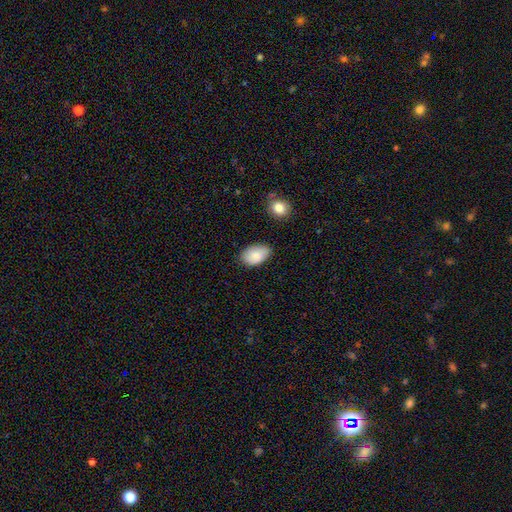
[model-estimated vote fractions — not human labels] Smooth or featured: smooth — 85% (featured or disk — 9%)
How rounded: in between — 91% (round — 8%)
Merging: none — 74% (minor disturbance — 20%)